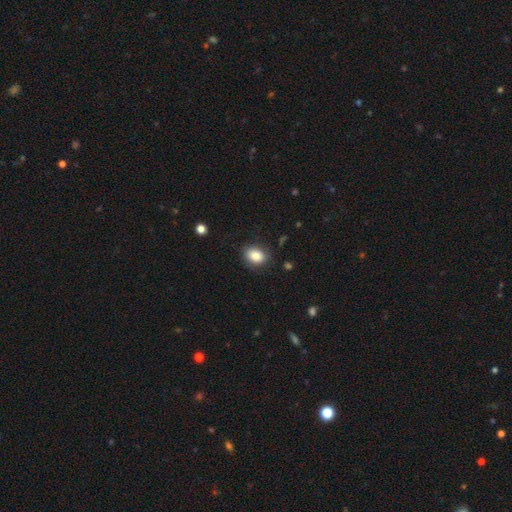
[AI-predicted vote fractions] This is clearly a smooth galaxy (86%). How rounded: likely in between (72%). Merging: likely none (78%).